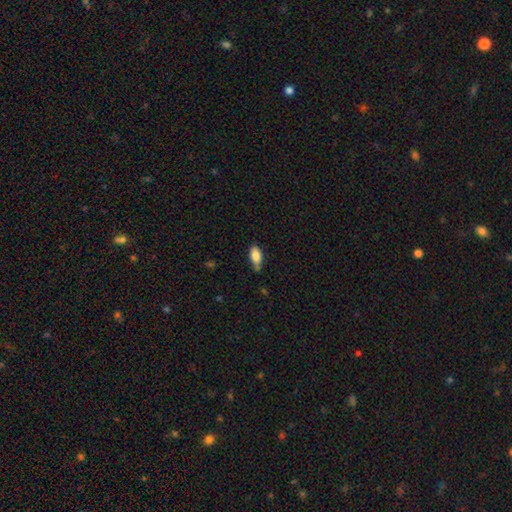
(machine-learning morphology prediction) Overall: smooth (84%). How rounded: in between (88%). Merging: none (57%; minor disturbance 33%).